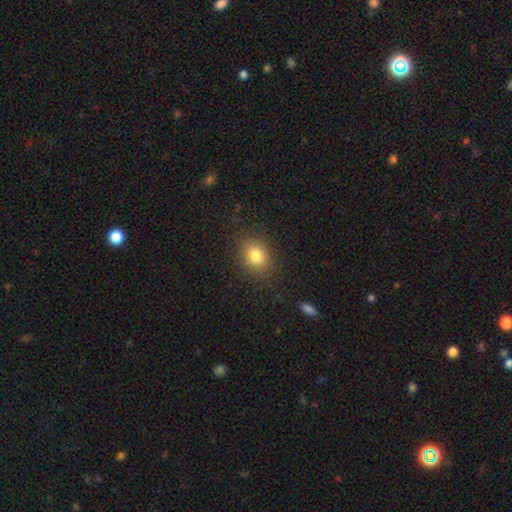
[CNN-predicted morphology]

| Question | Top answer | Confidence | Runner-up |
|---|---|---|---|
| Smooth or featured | smooth | 81% | star or artifact (11%) |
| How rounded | in between | 51% | round (48%) |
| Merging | none | 85% | minor disturbance (10%) |